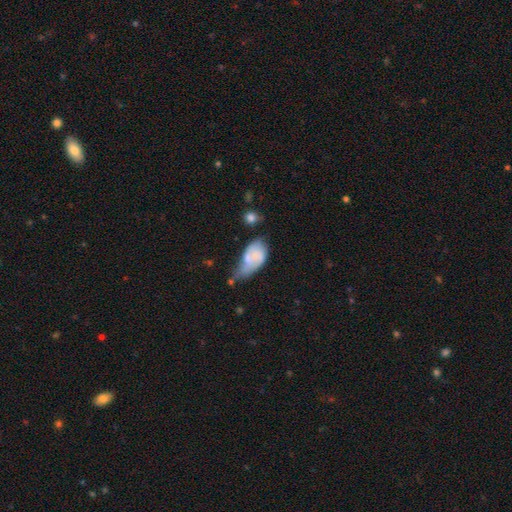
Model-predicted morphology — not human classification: This is possibly a smooth galaxy (55%). How rounded: clearly in between (89%). Merging: marginally minor disturbance (31%).